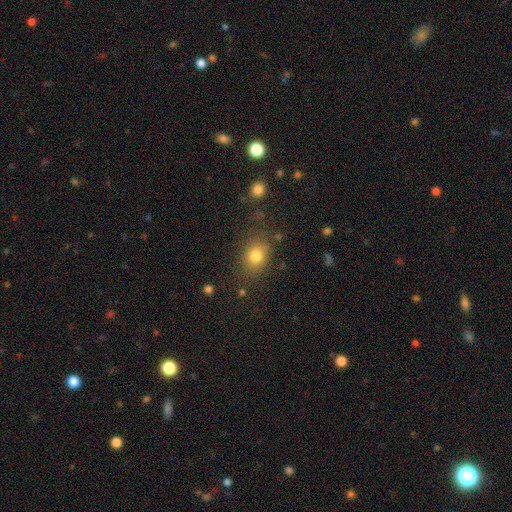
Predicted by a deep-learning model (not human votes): Q: Smooth or featured?
A: smooth (79%); runner-up: star or artifact (12%)
Q: How rounded?
A: in between (59%); runner-up: round (40%)
Q: Merging?
A: none (76%); runner-up: minor disturbance (15%)